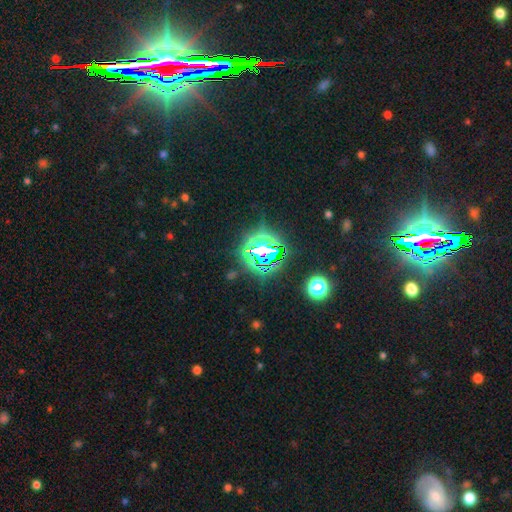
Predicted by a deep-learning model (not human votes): Overall: star or artifact (74%).